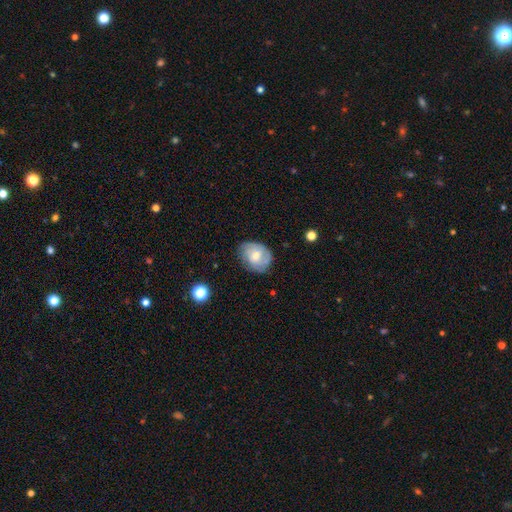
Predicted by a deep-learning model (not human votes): Smooth or featured?
  - smooth: 50% *
  - featured or disk: 43%
  - star or artifact: 7%
Merging?
  - none: 68% *
  - minor disturbance: 24%
  - major disturbance: 6%
  - merger: 2%